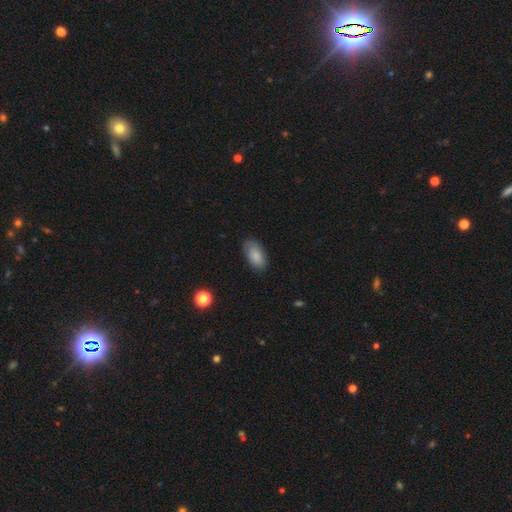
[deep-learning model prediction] Morphology: type=smooth (82%); roundness=in between (93%); merging=none (79%).